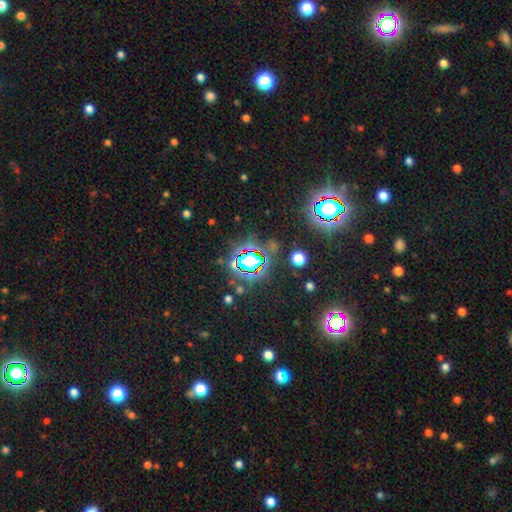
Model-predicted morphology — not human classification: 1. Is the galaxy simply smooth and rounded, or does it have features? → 83% star or artifact, 11% smooth, 7% featured or disk.